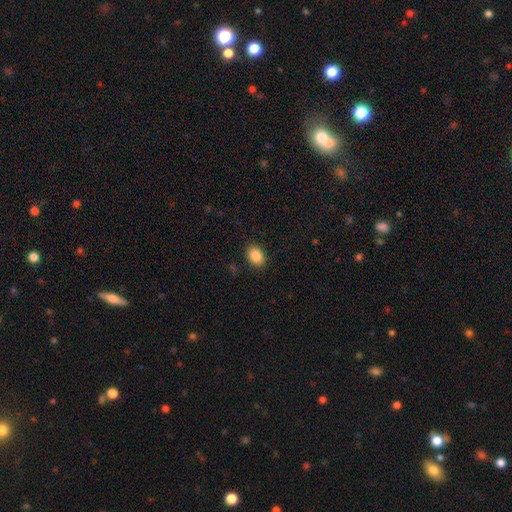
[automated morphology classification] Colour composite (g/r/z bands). It shows a smooth galaxy with no disk features (87%) that is in between round and cigar-shaped (75%). Merging: none (88%).